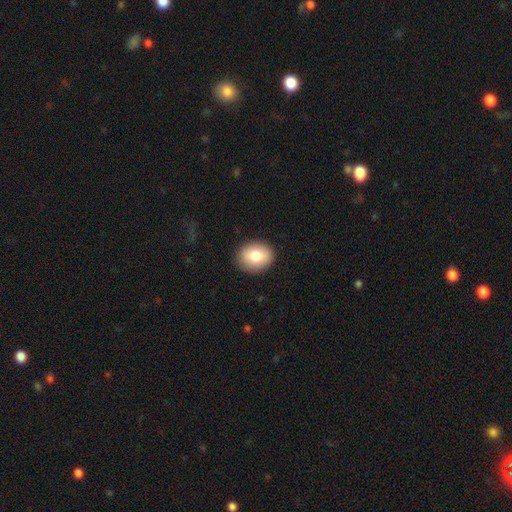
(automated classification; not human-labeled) The model was most divided on "how rounded": in between: 53%, round: 46%, cigar-shaped: 1%. More confident: merging — none (89%); smooth or featured — smooth (80%).